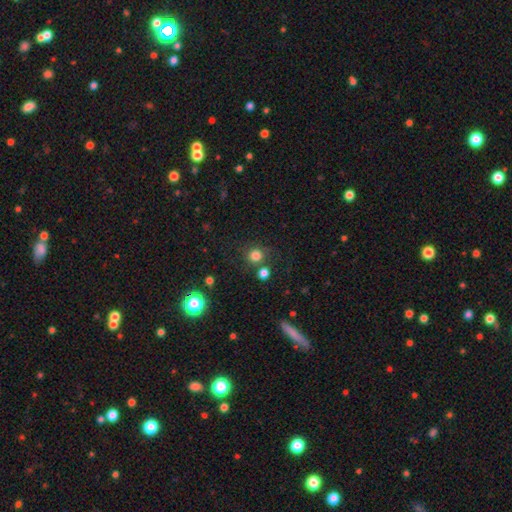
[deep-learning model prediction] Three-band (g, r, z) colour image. It shows a smooth galaxy with no disk features (80%) that is round (91%). Merging: none (74%).